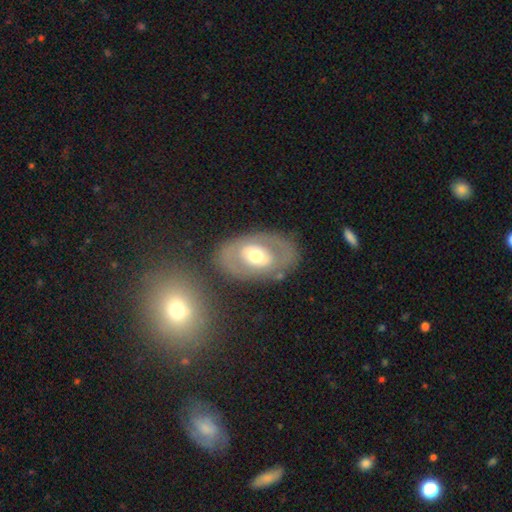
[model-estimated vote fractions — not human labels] A featured or disk galaxy (59%) with no bar (71%), no spiral arms (72%) and a moderate central bulge (69%).

Vote fractions:
- Smooth or featured? featured or disk: 59% / smooth: 35% / star or artifact: 6%
- Edge-on disk? no: 92% / yes: 8%
- Bar? no: 71% / weak: 20% / strong: 9%
- Spiral arms? no: 72% / yes: 28%
- Bulge size? moderate: 69% / large: 14% / small: 14% / dominant: 2% / none: 1%
- Merging? none: 70% / minor disturbance: 14% / major disturbance: 8% / merger: 7%